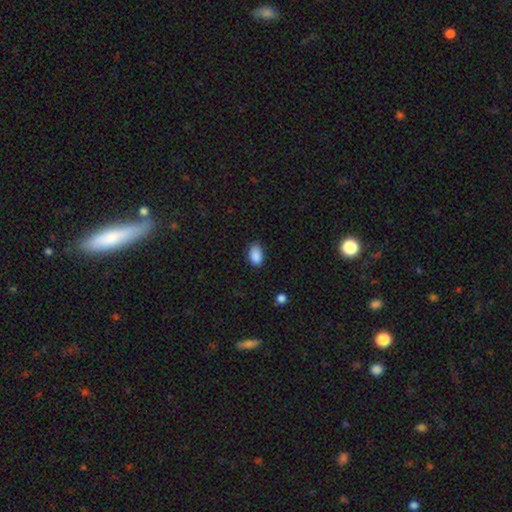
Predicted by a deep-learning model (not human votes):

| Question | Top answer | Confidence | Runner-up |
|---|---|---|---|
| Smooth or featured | smooth | 89% | star or artifact (8%) |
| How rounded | in between | 90% | round (8%) |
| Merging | none | 78% | minor disturbance (18%) |